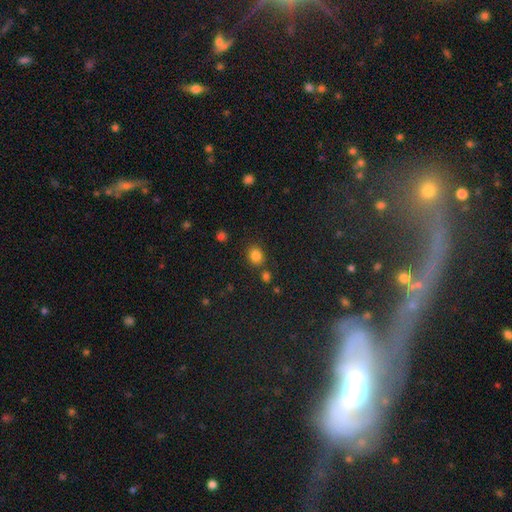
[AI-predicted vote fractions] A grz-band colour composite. It shows a smooth galaxy with no disk features (82%) that is round (71%). Merging: none (75%).